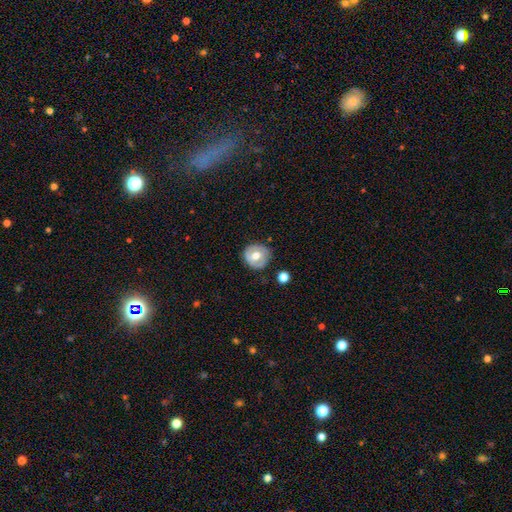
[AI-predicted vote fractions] Smooth or featured?
  - smooth: 48% *
  - featured or disk: 46%
  - star or artifact: 7%
Merging?
  - none: 79% *
  - minor disturbance: 14%
  - major disturbance: 4%
  - merger: 2%